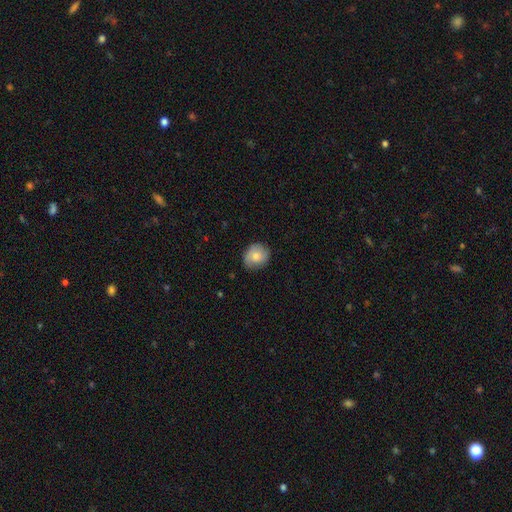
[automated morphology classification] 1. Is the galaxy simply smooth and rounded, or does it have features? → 68% smooth, 24% featured or disk, 7% star or artifact.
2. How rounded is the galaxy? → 74% round, 25% in between, 1% cigar-shaped.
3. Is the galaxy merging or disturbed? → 77% none, 18% minor disturbance, 4% major disturbance, 1% merger.